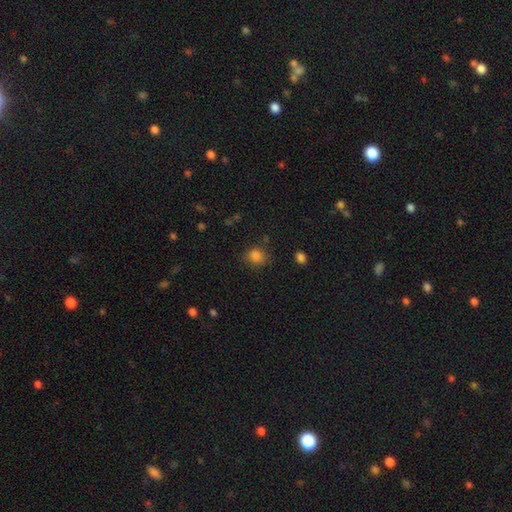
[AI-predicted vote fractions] smooth_or_featured: smooth (p=0.84) [alt: star or artifact p=0.12]
how_rounded: round (p=0.77) [alt: in between p=0.22]
merging: none (p=0.77) [alt: minor disturbance p=0.15]